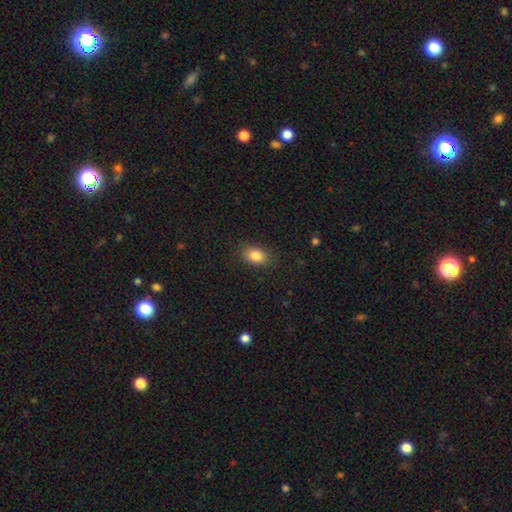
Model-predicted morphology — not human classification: This appears to be a smooth galaxy with no disk features (85%) that is in between round and cigar-shaped (77%). Merging: none (87%).